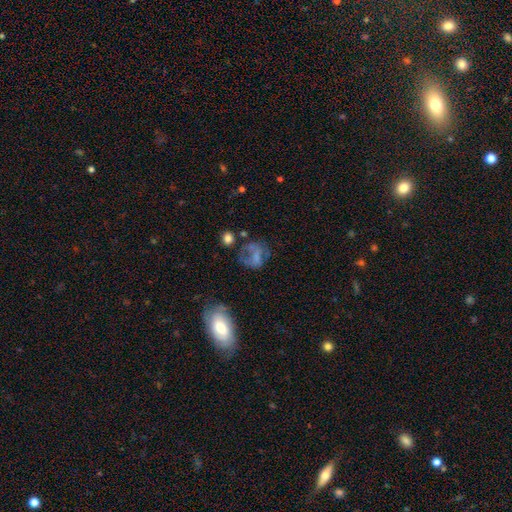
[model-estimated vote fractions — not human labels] This appears to be a smooth galaxy with no disk features (49%). Merging: none (40%).